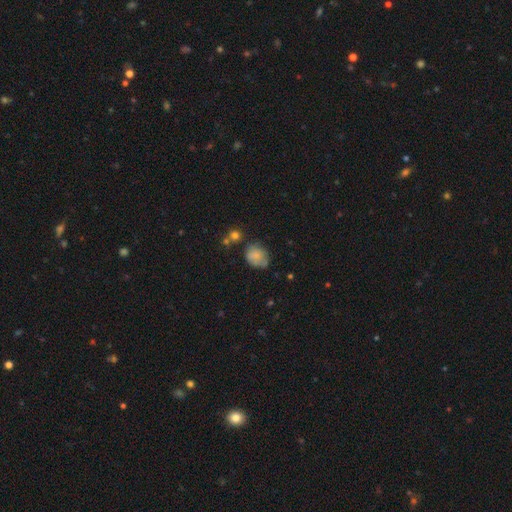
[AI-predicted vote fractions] Smooth or featured? Predicted: smooth (p=0.76). How rounded? Predicted: round (p=0.61). Merging? Predicted: none (p=0.53).